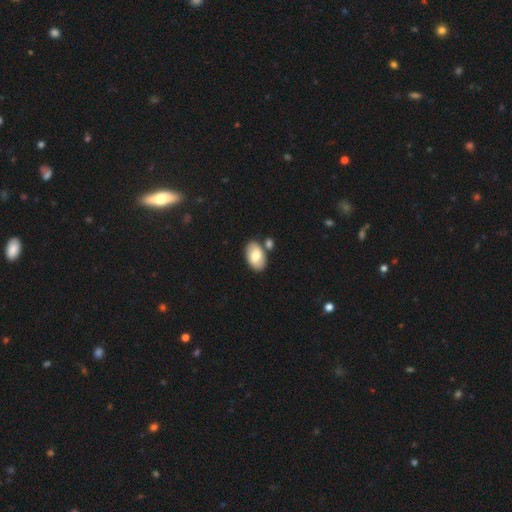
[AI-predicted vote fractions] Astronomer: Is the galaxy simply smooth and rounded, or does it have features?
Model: smooth — 75%.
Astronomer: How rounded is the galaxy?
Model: in between — 93%.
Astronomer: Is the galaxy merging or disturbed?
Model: none — 73%.